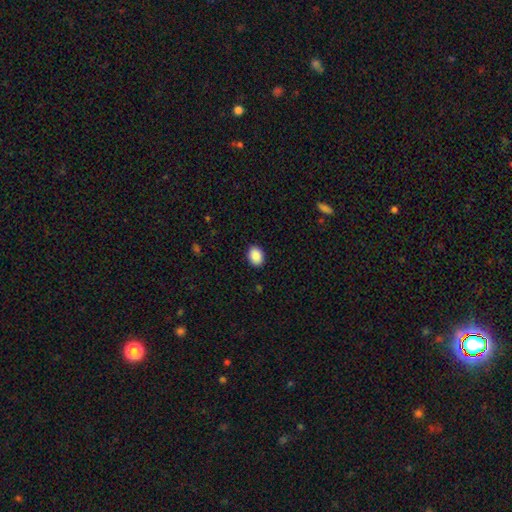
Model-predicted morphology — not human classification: Smooth or featured? smooth (90%)
How rounded? in between (65%)
Merging? none (90%)